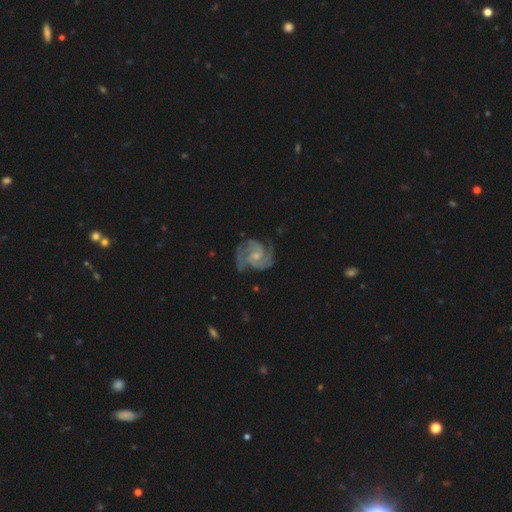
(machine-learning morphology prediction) A featured or disk galaxy (92%) with no bar (54%), 3 (40%) tight (58%) spiral arms (98%) and a small central bulge (57%). Merging: none (69%).